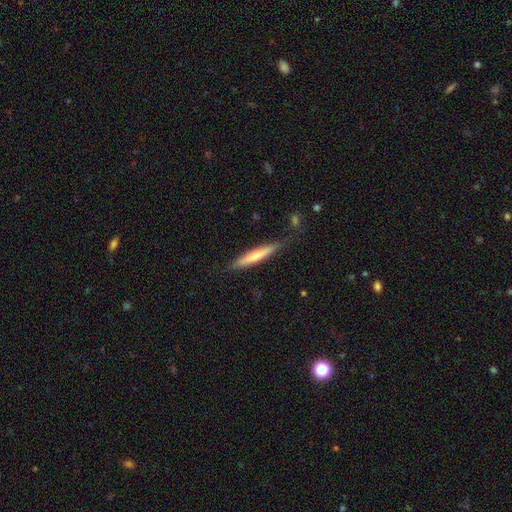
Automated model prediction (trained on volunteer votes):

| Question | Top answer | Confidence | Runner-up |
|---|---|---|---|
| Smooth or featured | smooth | 60% | featured or disk (34%) |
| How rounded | cigar-shaped | 93% | in between (5%) |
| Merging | none | 84% | minor disturbance (12%) |